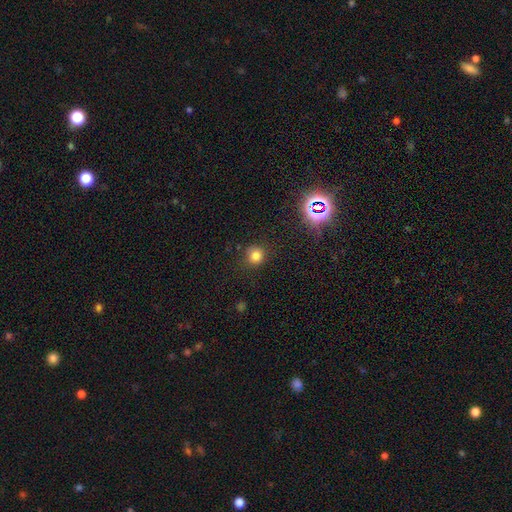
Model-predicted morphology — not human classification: A smooth galaxy with no disk features (78%) that is round (89%).

Vote fractions:
- Smooth or featured? smooth: 78% / star or artifact: 16% / featured or disk: 6%
- How rounded? round: 89% / in between: 10% / cigar-shaped: 1%
- Merging? none: 84% / minor disturbance: 11% / major disturbance: 4% / merger: 2%